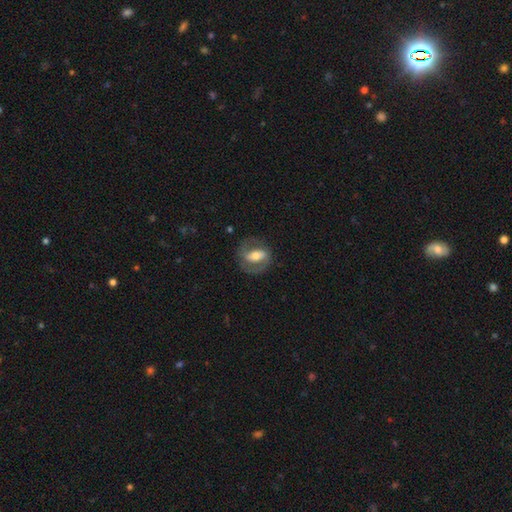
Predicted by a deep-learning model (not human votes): Smooth or featured? Predicted: featured or disk (p=0.67). Edge-on disk? Predicted: no (p=0.94). Bar? Predicted: strong (p=0.49). Spiral arms? Predicted: yes (p=0.77). Bulge size? Predicted: moderate (p=0.57). Merging? Predicted: none (p=0.73).